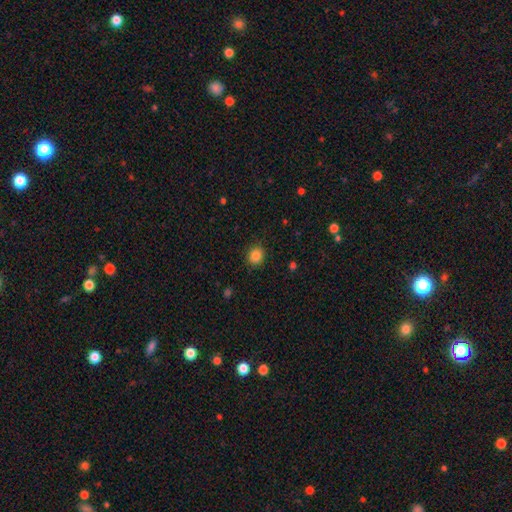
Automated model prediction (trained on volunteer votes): A smooth galaxy with no disk features (85%) that is round (76%). Merging: none (89%).